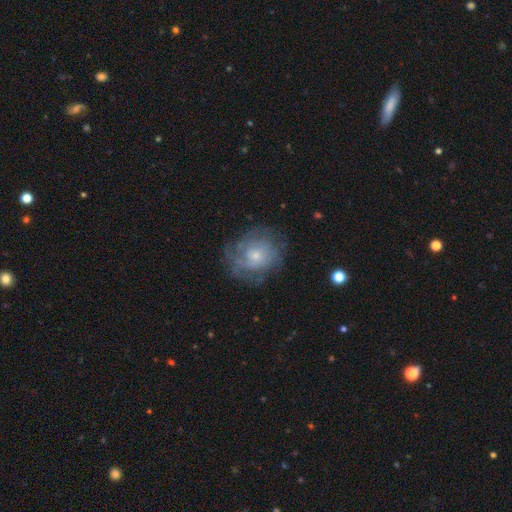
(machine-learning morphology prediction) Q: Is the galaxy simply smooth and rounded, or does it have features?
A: featured or disk — 65%.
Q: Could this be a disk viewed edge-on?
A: no — 97%.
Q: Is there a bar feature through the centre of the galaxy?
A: no — 82%.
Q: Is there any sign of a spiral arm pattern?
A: yes — 72%.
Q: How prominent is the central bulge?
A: small — 66%.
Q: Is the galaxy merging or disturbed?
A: none — 67%.